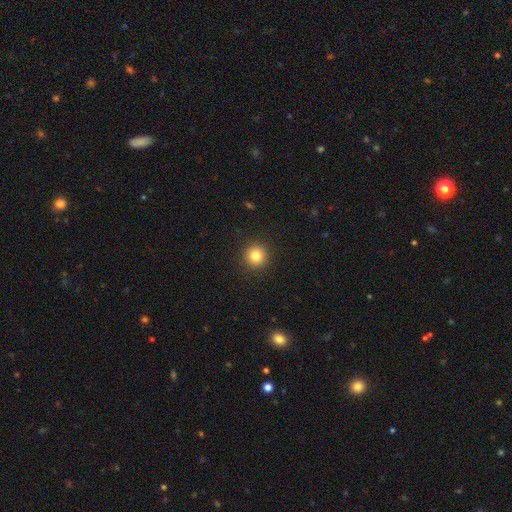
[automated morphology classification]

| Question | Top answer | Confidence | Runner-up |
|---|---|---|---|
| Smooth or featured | smooth | 82% | star or artifact (12%) |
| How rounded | round | 95% | in between (4%) |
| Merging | none | 92% | minor disturbance (5%) |